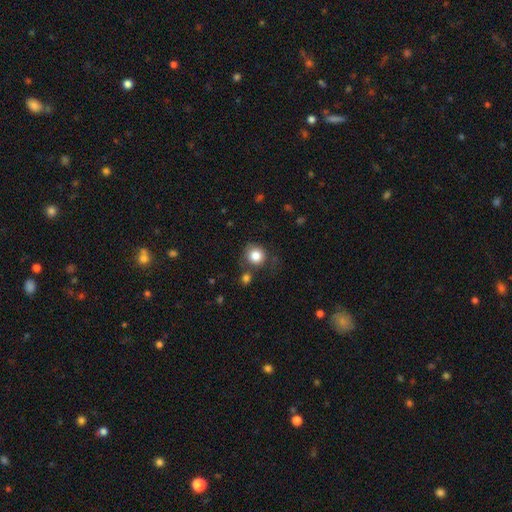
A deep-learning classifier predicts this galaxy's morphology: Smooth or featured? smooth (83%)
How rounded? round (88%)
Merging? none (71%)